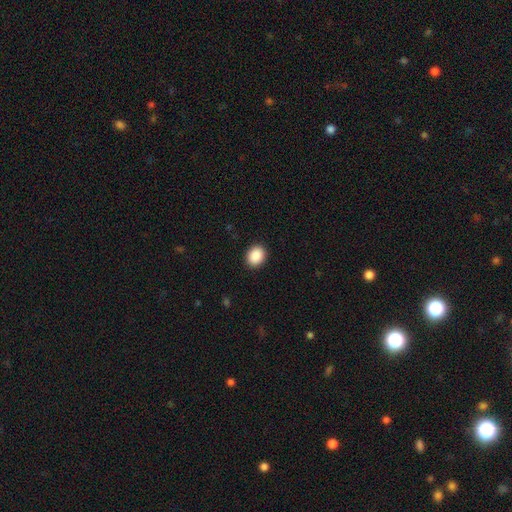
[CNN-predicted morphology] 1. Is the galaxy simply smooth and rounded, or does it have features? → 90% smooth, 8% star or artifact, 2% featured or disk.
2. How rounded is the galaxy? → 50% in between, 49% round, 1% cigar-shaped.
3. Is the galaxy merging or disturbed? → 91% none, 6% minor disturbance, 2% major disturbance, 1% merger.